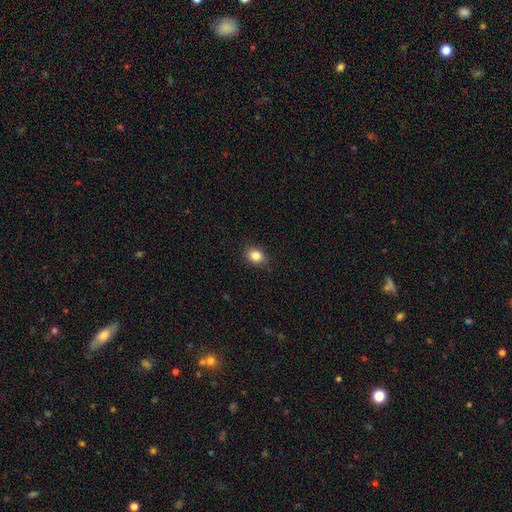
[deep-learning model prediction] smooth-or-featured: smooth: 85% | star or artifact: 10% | featured or disk: 5%
  how-rounded: in between: 50% | round: 49% | cigar-shaped: 1%
  merging: none: 86% | minor disturbance: 11% | major disturbance: 2% | merger: 1%